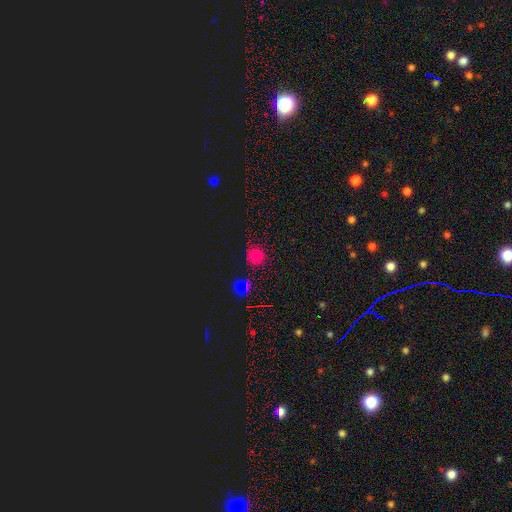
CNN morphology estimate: Q: Smooth or featured?
A: smooth (71%); runner-up: star or artifact (23%)
Q: How rounded?
A: round (90%); runner-up: in between (9%)
Q: Merging?
A: none (83%); runner-up: minor disturbance (10%)